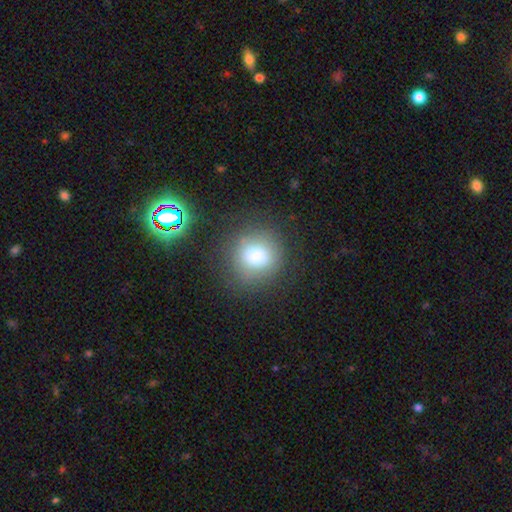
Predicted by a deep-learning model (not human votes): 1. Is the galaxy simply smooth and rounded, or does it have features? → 77% smooth, 13% star or artifact, 10% featured or disk.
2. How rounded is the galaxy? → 88% round, 11% in between, 1% cigar-shaped.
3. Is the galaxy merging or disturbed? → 78% none, 13% minor disturbance, 6% major disturbance, 3% merger.